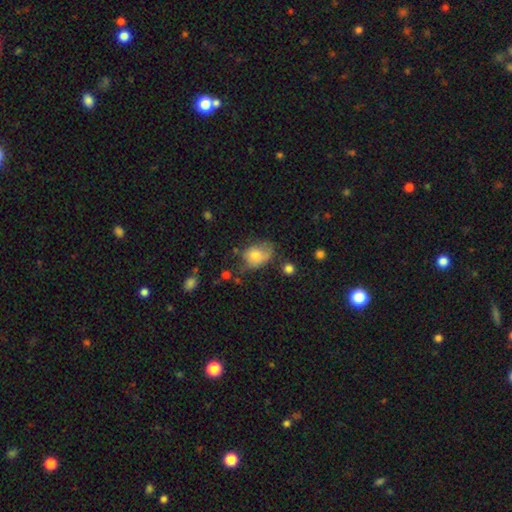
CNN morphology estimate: smooth-or-featured: smooth: 74% | featured or disk: 16% | star or artifact: 9%
  how-rounded: in between: 68% | round: 31% | cigar-shaped: 1%
  merging: none: 38% | minor disturbance: 37% | major disturbance: 19% | merger: 6%